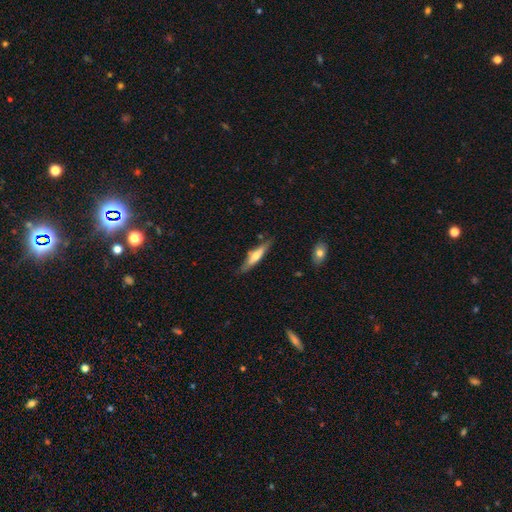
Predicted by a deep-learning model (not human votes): Morphology: type=featured or disk (52%); edge-on=yes (92%); merging=none (81%).